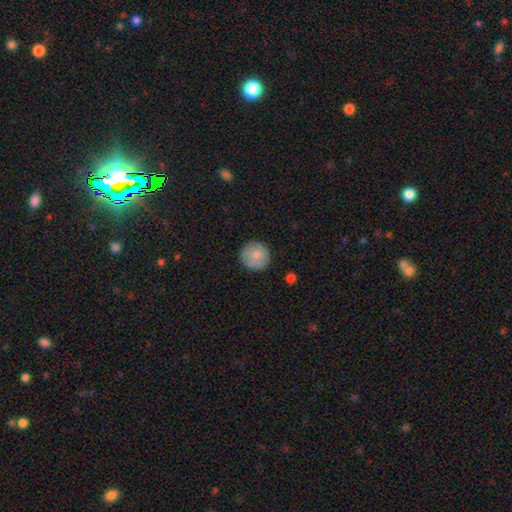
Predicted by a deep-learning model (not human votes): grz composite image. It shows a smooth galaxy with no disk features (80%) that is round (95%). Merging: none (84%).